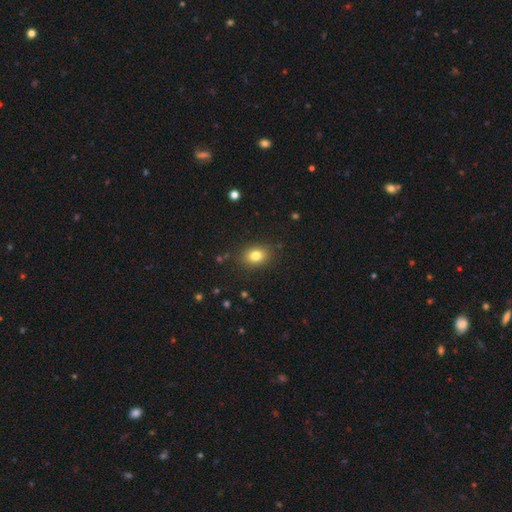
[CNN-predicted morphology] A smooth galaxy with no disk features (80%) that is in between round and cigar-shaped (62%). Merging: none (85%).